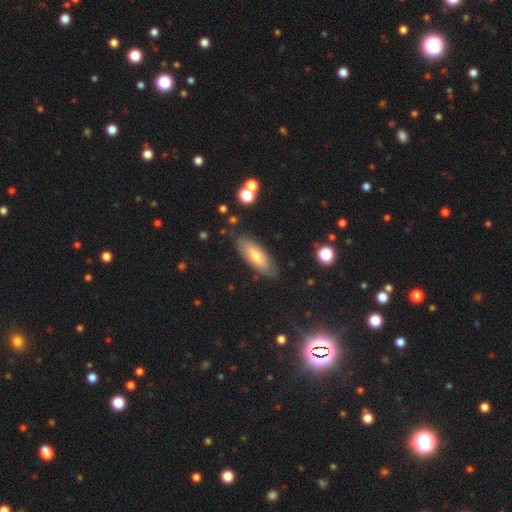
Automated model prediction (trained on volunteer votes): Morphology: type=smooth (53%); roundness=in between (71%); merging=none (83%).